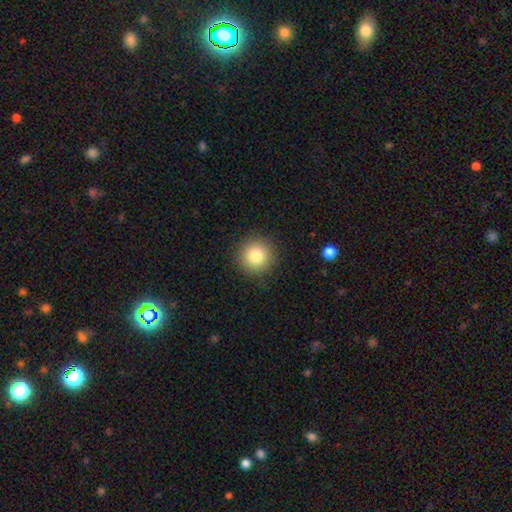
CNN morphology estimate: Smooth or featured: smooth — 83% (star or artifact — 10%)
How rounded: round — 95% (in between — 5%)
Merging: none — 90% (minor disturbance — 7%)